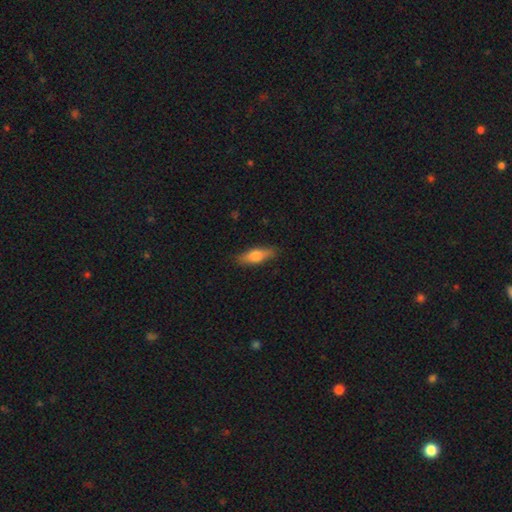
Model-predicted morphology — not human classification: smooth-or-featured: smooth: 65% | featured or disk: 29% | star or artifact: 6%
  how-rounded: in between: 54% | cigar-shaped: 43% | round: 3%
  merging: none: 84% | minor disturbance: 12% | major disturbance: 2% | merger: 1%